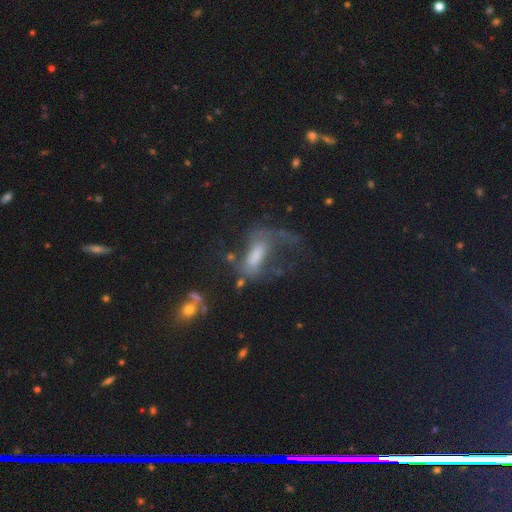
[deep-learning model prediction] Smooth or featured?
  - featured or disk: 55% *
  - smooth: 32%
  - star or artifact: 13%
Edge-on disk?
  - no: 91% *
  - yes: 9%
Bar?
  - weak: 37% *
  - no: 36%
  - strong: 27%
Spiral arms?
  - yes: 63% *
  - no: 37%
Bulge size?
  - moderate: 36% *
  - small: 22%
  - none: 21%
  - large: 17%
  - dominant: 3%
Merging?
  - major disturbance: 46% *
  - none: 29%
  - minor disturbance: 17%
  - merger: 8%